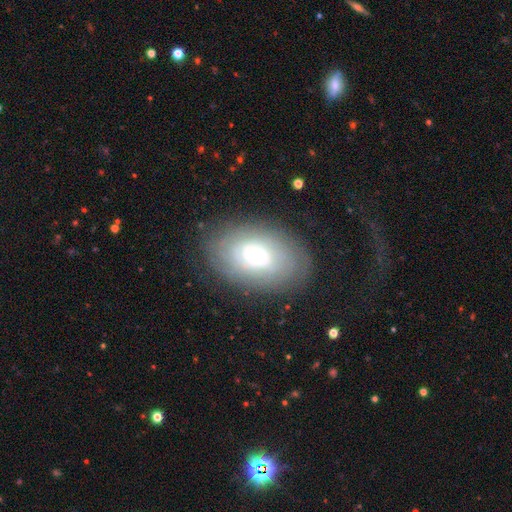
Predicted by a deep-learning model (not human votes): smooth_or_featured: featured or disk (p=0.56) [alt: smooth p=0.35]
disk_edge_on: no (p=0.95) [alt: yes p=0.05]
bar: no (p=0.83) [alt: weak p=0.13]
has_spiral_arms: yes (p=0.65) [alt: no p=0.35]
bulge_size: small (p=0.60) [alt: moderate p=0.23]
merging: none (p=0.78) [alt: minor disturbance p=0.14]